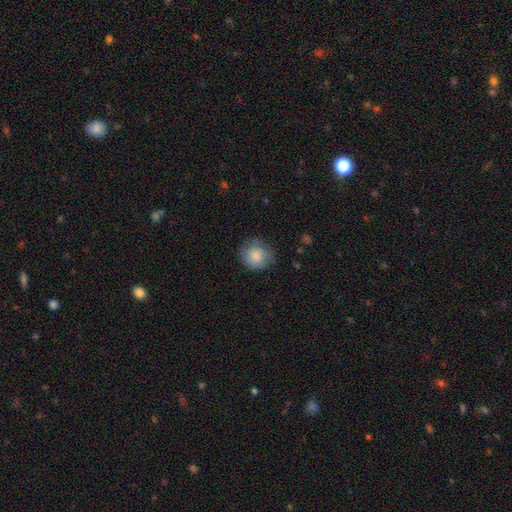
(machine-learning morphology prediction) Smooth or featured? Predicted: smooth (p=0.82). How rounded? Predicted: round (p=0.86). Merging? Predicted: none (p=0.72).